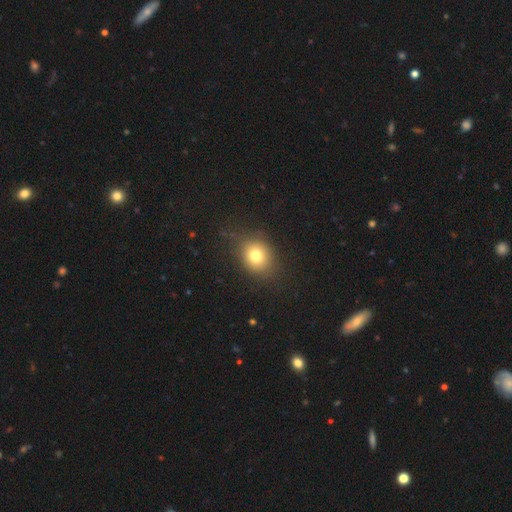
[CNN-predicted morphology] Overall: smooth (77%). How rounded: round (66%; in between 33%). Merging: none (80%).